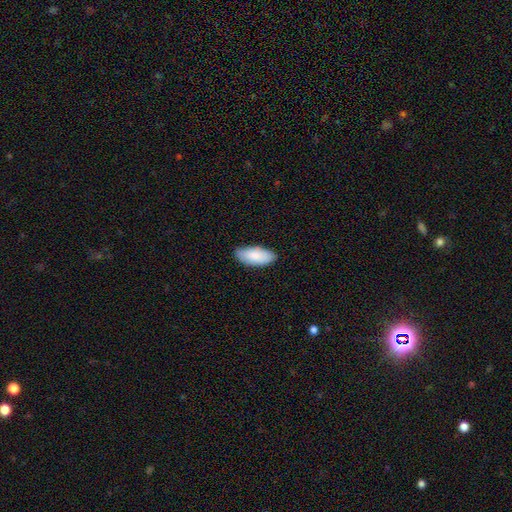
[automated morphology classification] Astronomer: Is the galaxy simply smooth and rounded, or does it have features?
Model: smooth — 87%.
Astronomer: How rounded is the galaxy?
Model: in between — 90%.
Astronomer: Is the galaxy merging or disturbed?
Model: none — 84%.